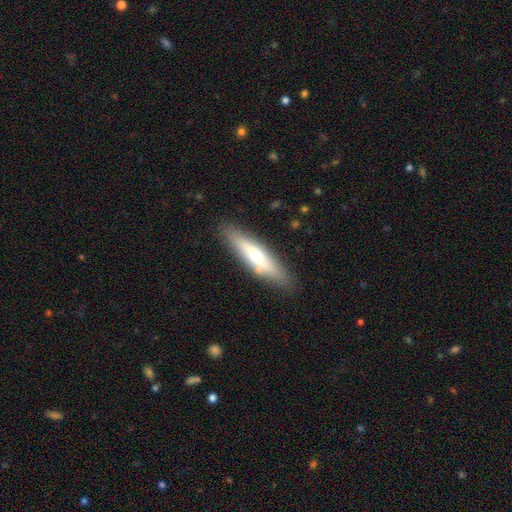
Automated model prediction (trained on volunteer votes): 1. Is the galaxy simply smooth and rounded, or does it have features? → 55% smooth, 39% featured or disk, 6% star or artifact.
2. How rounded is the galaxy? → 78% cigar-shaped, 20% in between, 2% round.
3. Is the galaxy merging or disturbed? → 85% none, 11% minor disturbance, 3% major disturbance, 2% merger.